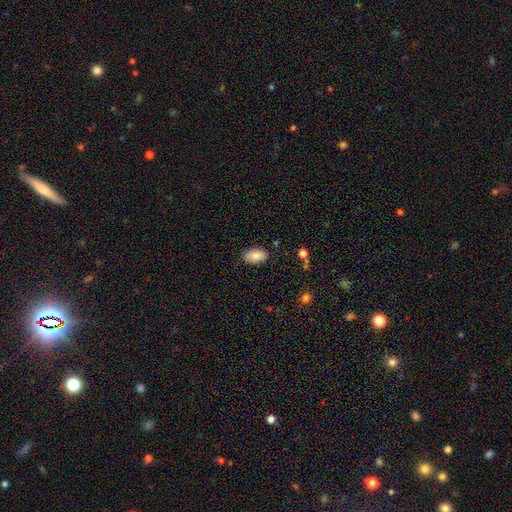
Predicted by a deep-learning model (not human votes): Smooth or featured: smooth — 83% (featured or disk — 10%)
How rounded: in between — 94% (round — 5%)
Merging: none — 84% (minor disturbance — 12%)